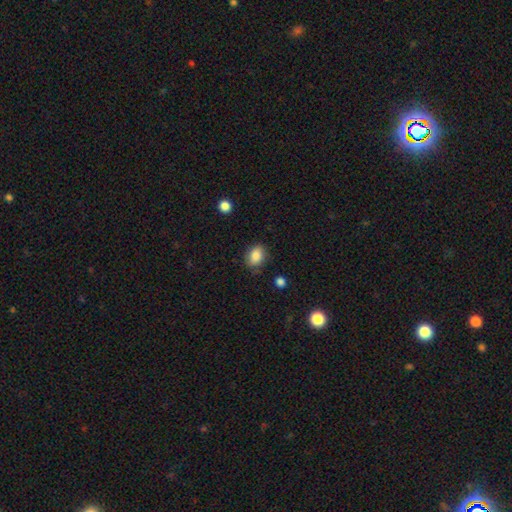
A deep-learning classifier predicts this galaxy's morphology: Smooth or featured? smooth (86%)
How rounded? in between (63%)
Merging? none (79%)